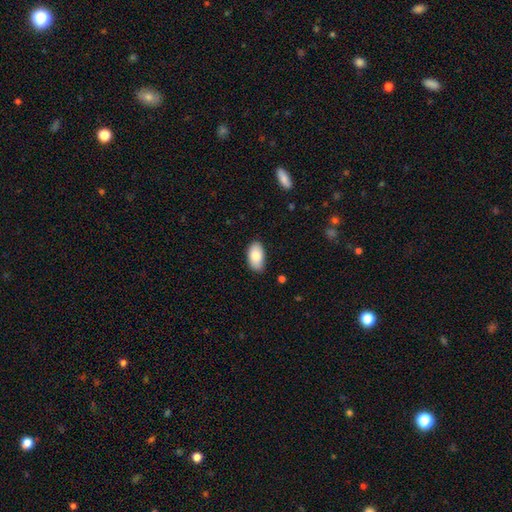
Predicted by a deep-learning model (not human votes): Smooth or featured? Predicted: smooth (p=0.83). How rounded? Predicted: in between (p=0.95). Merging? Predicted: none (p=0.80).